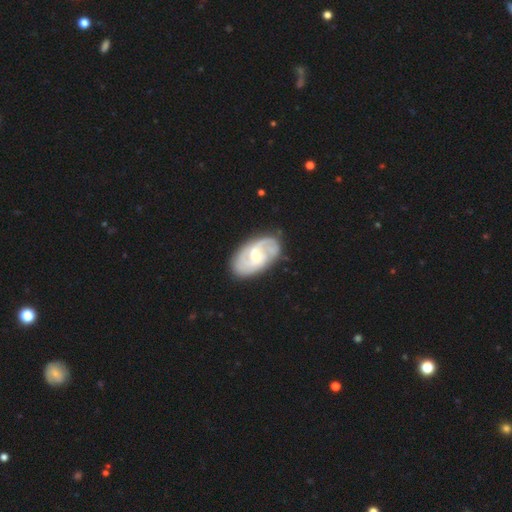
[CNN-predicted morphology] Overall: featured or disk (82%). Edge-on disk: no (97%). Bar: weak (53%; no 37%). Spiral arms: yes (96%). Spiral arm count: 2 (56%; 3 18%). Spiral winding: medium (46%; tight 37%). Bulge size: moderate (50%; small 43%). Merging: none (80%).